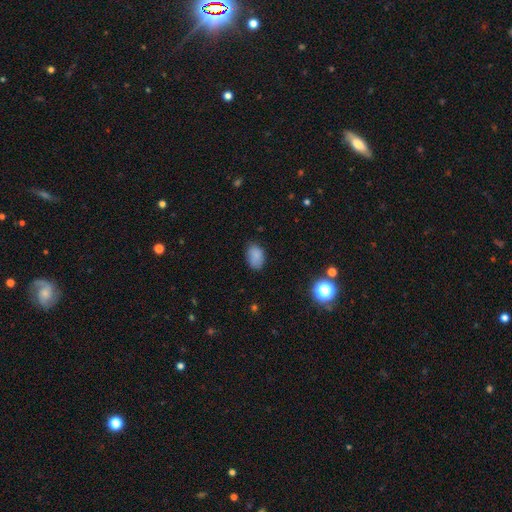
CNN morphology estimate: type=smooth (84%); roundness=in between (87%); merging=none (74%).